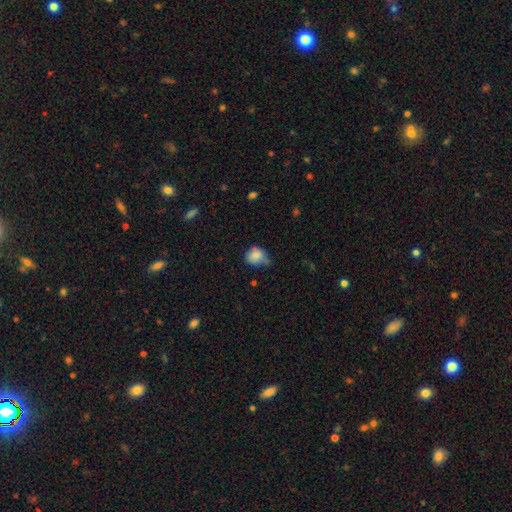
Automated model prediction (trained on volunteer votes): The model was most divided on "merging": none: 42%, minor disturbance: 39%, major disturbance: 12%, merger: 8%. More confident: smooth or featured — smooth (80%); how rounded — round (64%).